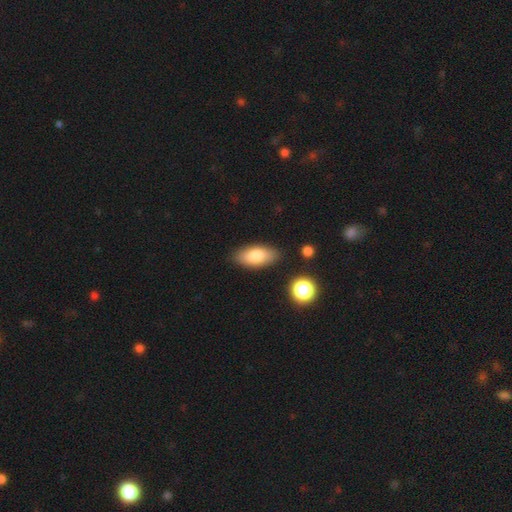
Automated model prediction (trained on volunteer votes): A smooth galaxy with no disk features (81%) that is in between round and cigar-shaped (88%).

Vote fractions:
- Smooth or featured? smooth: 81% / featured or disk: 12% / star or artifact: 7%
- How rounded? in between: 88% / cigar-shaped: 9% / round: 3%
- Merging? none: 84% / minor disturbance: 11% / merger: 3% / major disturbance: 3%